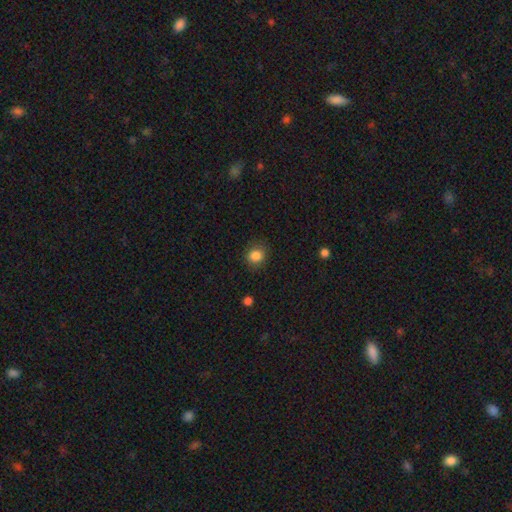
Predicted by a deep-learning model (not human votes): Smooth or featured: smooth — 85% (star or artifact — 11%)
How rounded: round — 79% (in between — 20%)
Merging: none — 84% (minor disturbance — 11%)